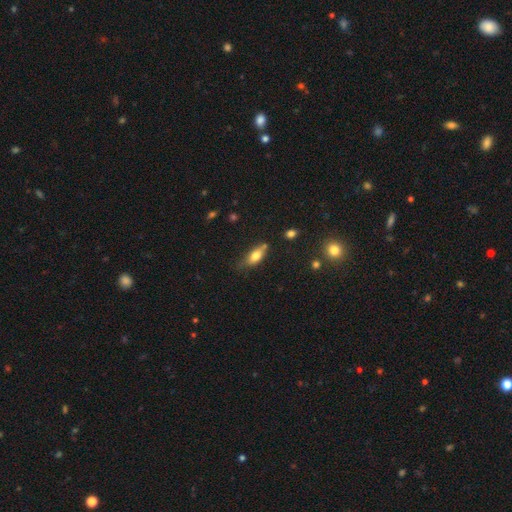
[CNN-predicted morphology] Q: Smooth or featured?
A: smooth (70%); runner-up: featured or disk (22%)
Q: How rounded?
A: in between (73%); runner-up: cigar-shaped (24%)
Q: Merging?
A: none (57%); runner-up: minor disturbance (29%)